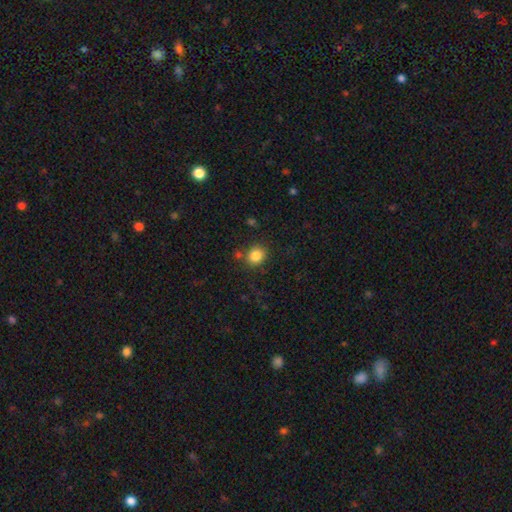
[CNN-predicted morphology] A smooth galaxy with no disk features (84%) that is round (78%).

Vote fractions:
- Smooth or featured? smooth: 84% / star or artifact: 11% / featured or disk: 5%
- How rounded? round: 78% / in between: 21% / cigar-shaped: 1%
- Merging? none: 81% / minor disturbance: 10% / merger: 6% / major disturbance: 3%